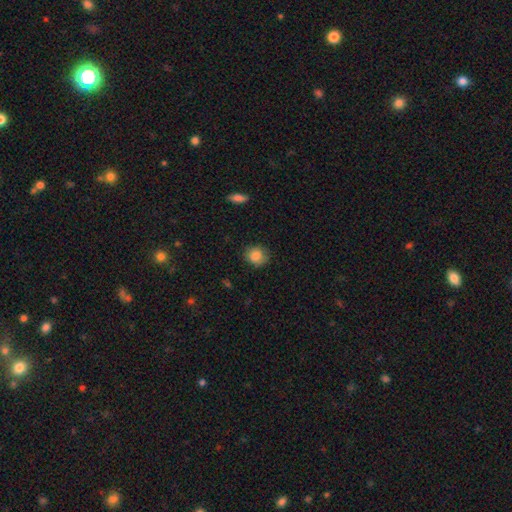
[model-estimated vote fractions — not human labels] A smooth galaxy with no disk features (85%) that is round (79%).

Vote fractions:
- Smooth or featured? smooth: 85% / star or artifact: 9% / featured or disk: 7%
- How rounded? round: 79% / in between: 20% / cigar-shaped: 1%
- Merging? none: 79% / minor disturbance: 16% / major disturbance: 3% / merger: 1%